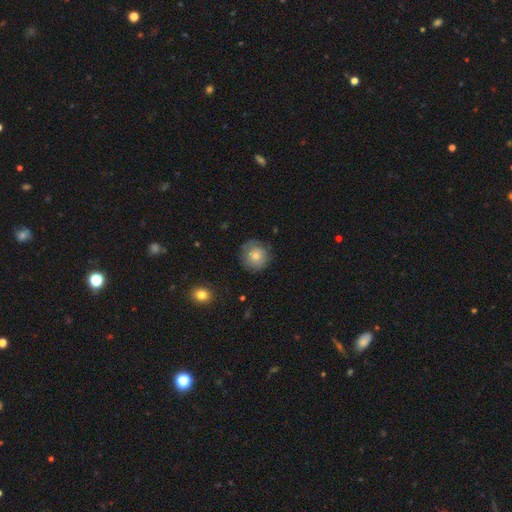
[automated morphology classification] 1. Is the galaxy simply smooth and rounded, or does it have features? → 72% smooth, 19% featured or disk, 9% star or artifact.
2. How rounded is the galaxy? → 93% round, 6% in between, 1% cigar-shaped.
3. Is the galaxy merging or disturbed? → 79% none, 15% minor disturbance, 5% major disturbance, 1% merger.